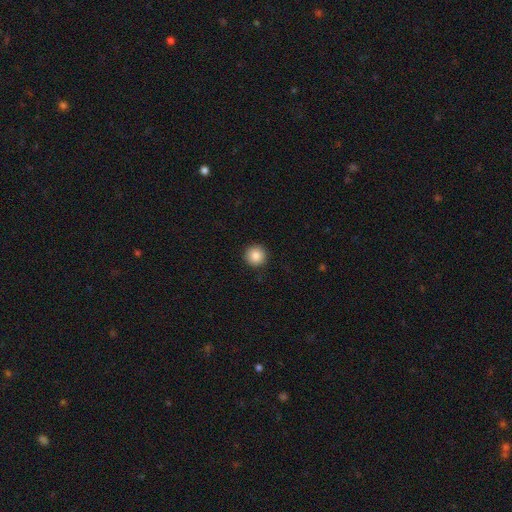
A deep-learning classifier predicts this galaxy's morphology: This appears to be a smooth galaxy with no disk features (87%) that is round (96%). Merging: none (92%).